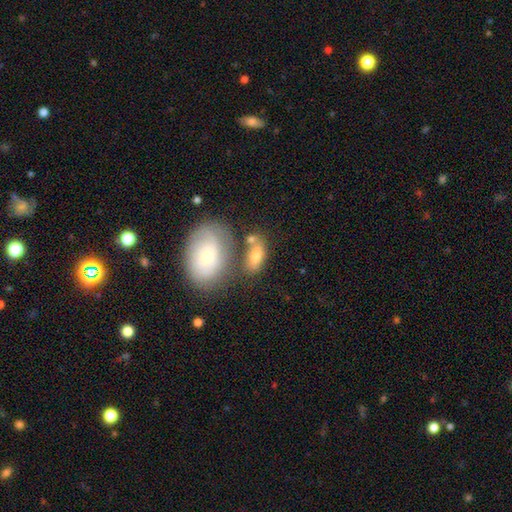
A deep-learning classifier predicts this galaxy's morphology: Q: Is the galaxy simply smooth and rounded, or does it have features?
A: smooth — 68%.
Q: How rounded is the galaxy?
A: in between — 86%.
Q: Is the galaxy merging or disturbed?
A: none — 50%.